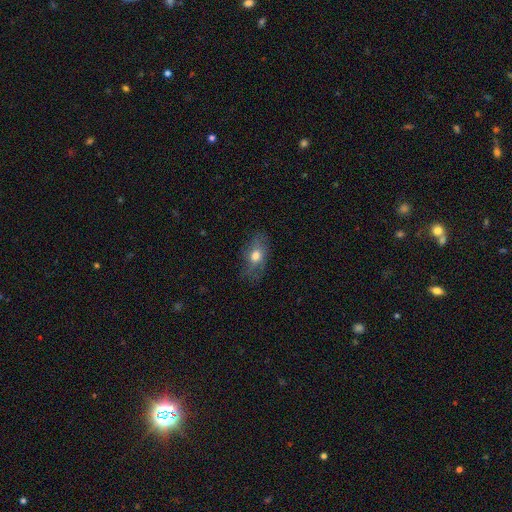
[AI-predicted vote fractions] Morphology: type=smooth (64%); roundness=in between (79%); merging=none (62%).